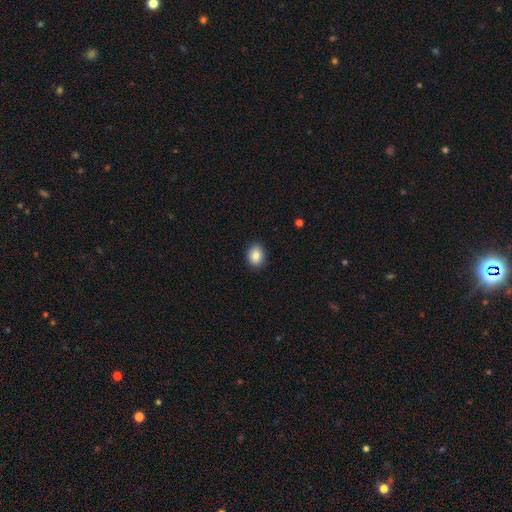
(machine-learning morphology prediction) smooth 86%, star or artifact 8%, featured or disk 6%. Down the decision tree: how rounded — in between (58%); merging — none (89%).